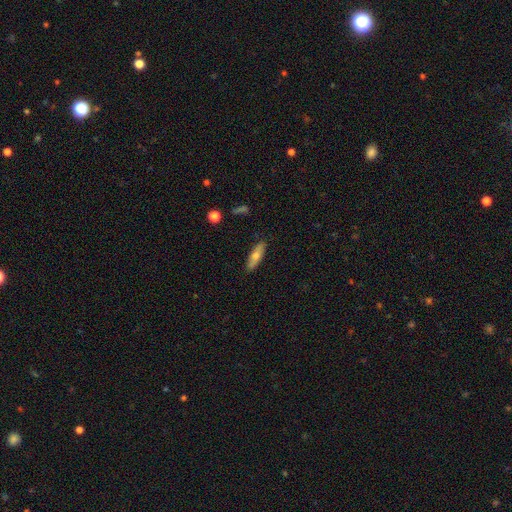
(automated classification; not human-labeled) The model was most divided on "how rounded": cigar-shaped: 56%, in between: 41%, round: 3%. More confident: merging — none (86%); smooth or featured — smooth (61%).